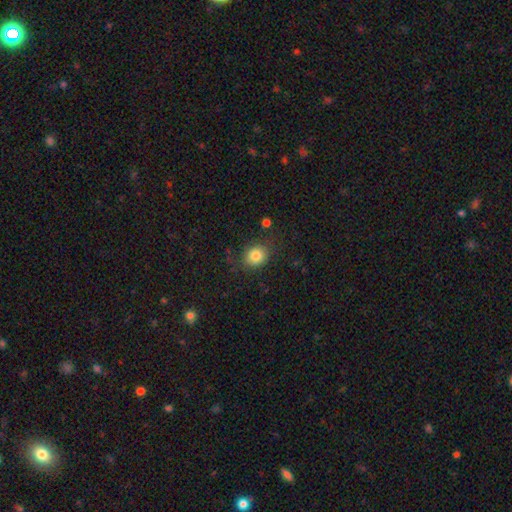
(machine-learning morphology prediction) This appears to be a smooth galaxy with no disk features (83%) that is round (69%). Merging: none (81%).